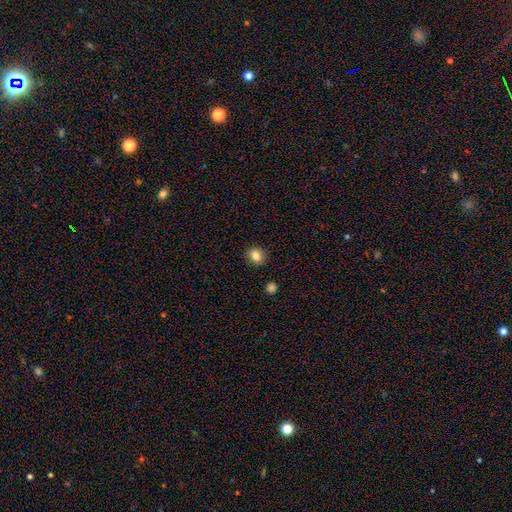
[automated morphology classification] Smooth or featured: smooth — 83% (star or artifact — 10%)
How rounded: round — 63% (in between — 36%)
Merging: none — 88% (minor disturbance — 8%)